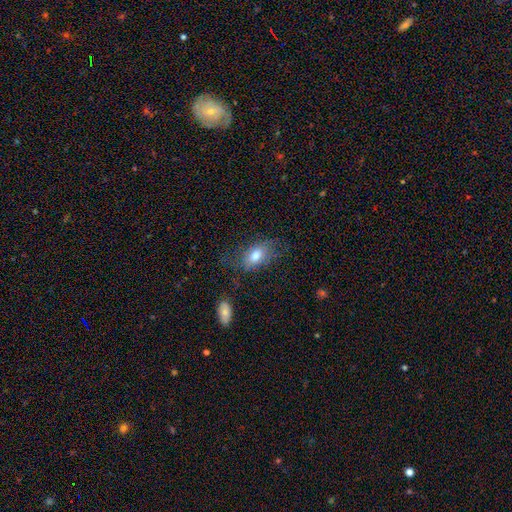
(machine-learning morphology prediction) The model was most divided on "merging": none: 60%, minor disturbance: 23%, major disturbance: 15%, merger: 2%. More confident: how rounded — in between (87%); smooth or featured — smooth (73%).